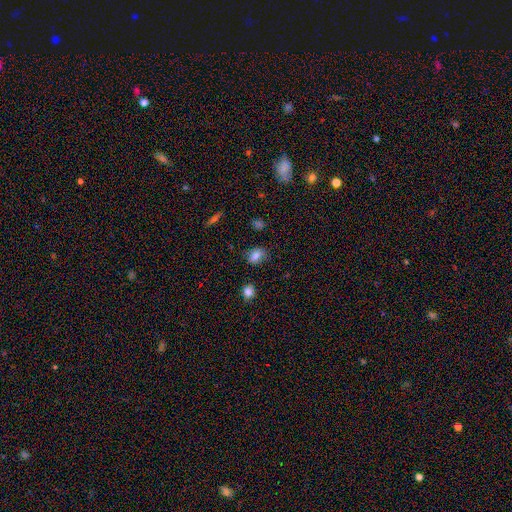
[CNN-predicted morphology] Smooth or featured: smooth — 78% (star or artifact — 12%)
How rounded: in between — 74% (round — 23%)
Merging: none — 76% (minor disturbance — 17%)